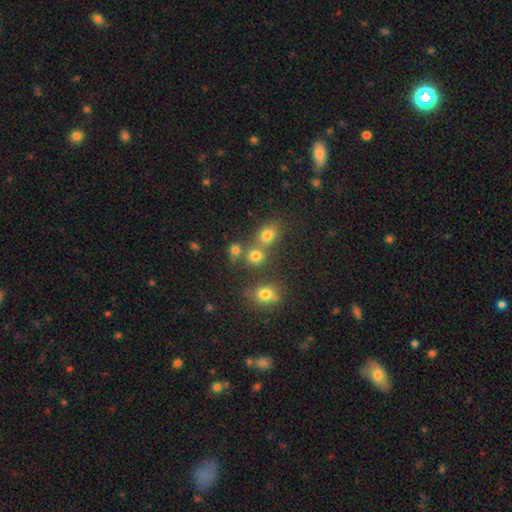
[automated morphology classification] Smooth or featured: smooth — 73% (star or artifact — 18%)
How rounded: round — 79% (in between — 20%)
Merging: none — 56% (merger — 32%)